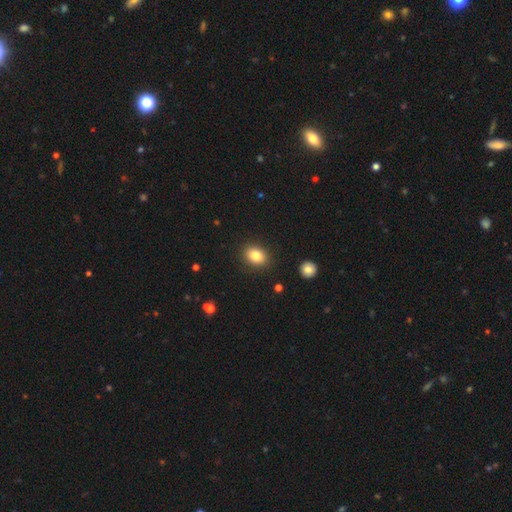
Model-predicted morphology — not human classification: This is clearly a smooth galaxy (82%). How rounded: possibly in between (57%). Merging: clearly none (89%).